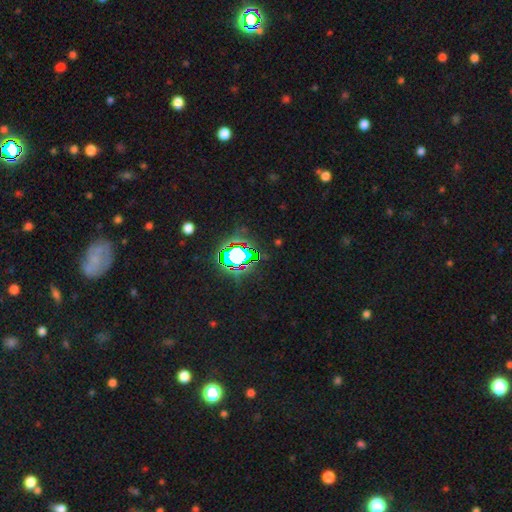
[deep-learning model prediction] Smooth or featured? Predicted: star or artifact (p=0.80).